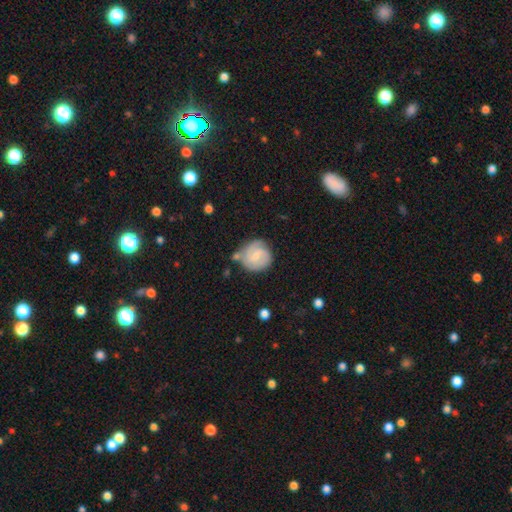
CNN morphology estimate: Smooth or featured? featured or disk (58%)
Edge-on disk? no (98%)
Bar? weak (47%)
Spiral arms? yes (90%)
Spiral winding? tight (52%)
Spiral arm count? 2 (50%)
Bulge size? small (62%)
Merging? none (57%)